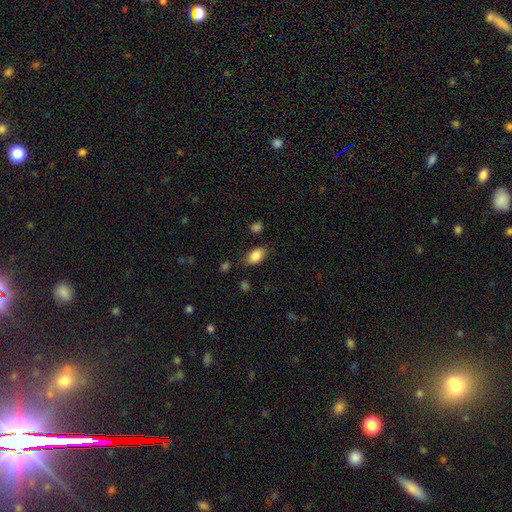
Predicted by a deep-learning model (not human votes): A smooth galaxy with no disk features (86%) that is in between round and cigar-shaped (88%). Merging: none (74%).